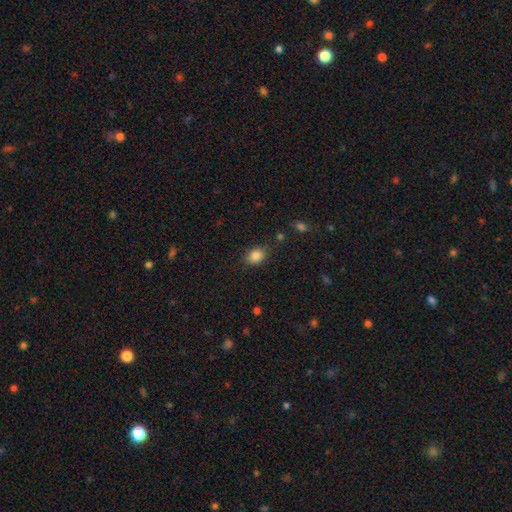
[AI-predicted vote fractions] A smooth galaxy with no disk features (85%) that is in between round and cigar-shaped (62%).

Vote fractions:
- Smooth or featured? smooth: 85% / star or artifact: 10% / featured or disk: 5%
- How rounded? in between: 62% / round: 37% / cigar-shaped: 1%
- Merging? none: 82% / minor disturbance: 13% / major disturbance: 3% / merger: 2%